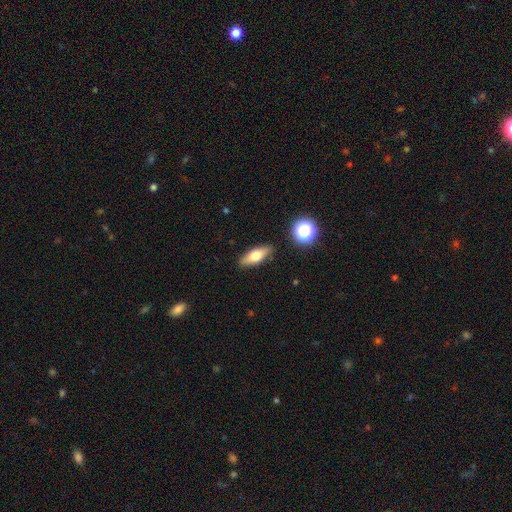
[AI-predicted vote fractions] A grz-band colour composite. It shows a smooth galaxy with no disk features (63%) that is in between round and cigar-shaped (63%). Merging: none (87%).